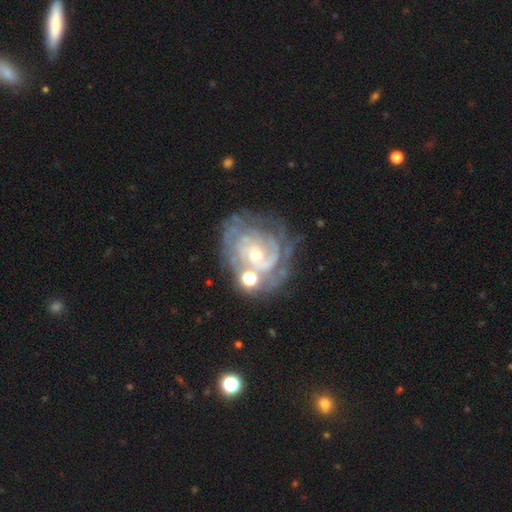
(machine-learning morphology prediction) Q: Smooth or featured?
A: featured or disk (84%); runner-up: star or artifact (8%)
Q: Edge-on disk?
A: no (97%); runner-up: yes (3%)
Q: Bar?
A: no (67%); runner-up: weak (26%)
Q: Spiral arms?
A: yes (92%); runner-up: no (8%)
Q: Spiral winding?
A: tight (71%); runner-up: medium (23%)
Q: Spiral arm count?
A: can't tell (40%); runner-up: 2 (22%)
Q: Bulge size?
A: small (51%); runner-up: moderate (42%)
Q: Merging?
A: none (56%); runner-up: minor disturbance (20%)